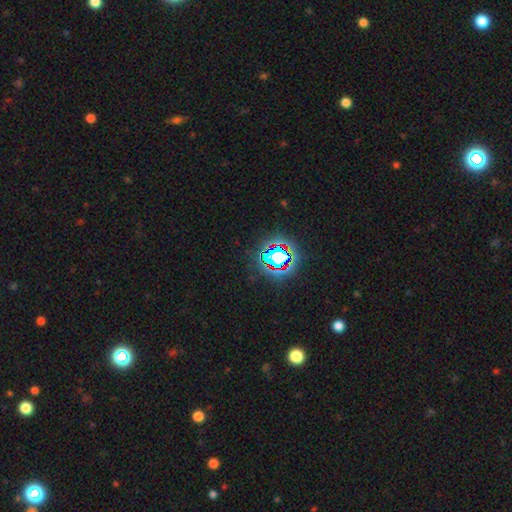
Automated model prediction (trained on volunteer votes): smooth_or_featured: star or artifact (p=0.79) [alt: smooth p=0.13]